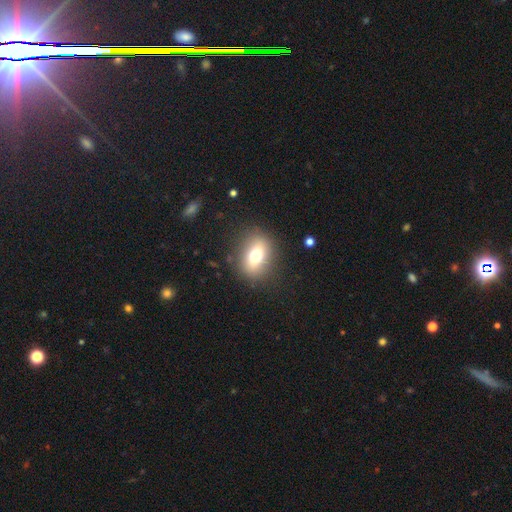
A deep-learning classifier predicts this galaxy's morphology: The model was most divided on "how rounded": in between: 61%, round: 36%, cigar-shaped: 3%. More confident: merging — none (85%); smooth or featured — smooth (68%).